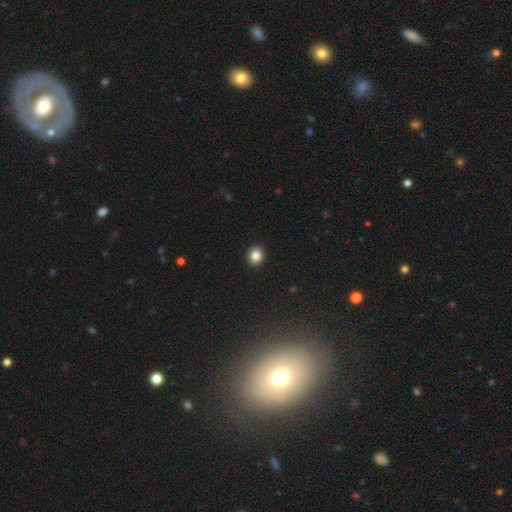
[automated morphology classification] smooth-or-featured: smooth: 86% | star or artifact: 10% | featured or disk: 4%
  how-rounded: round: 73% | in between: 26% | cigar-shaped: 1%
  merging: none: 92% | minor disturbance: 5% | major disturbance: 2% | merger: 1%